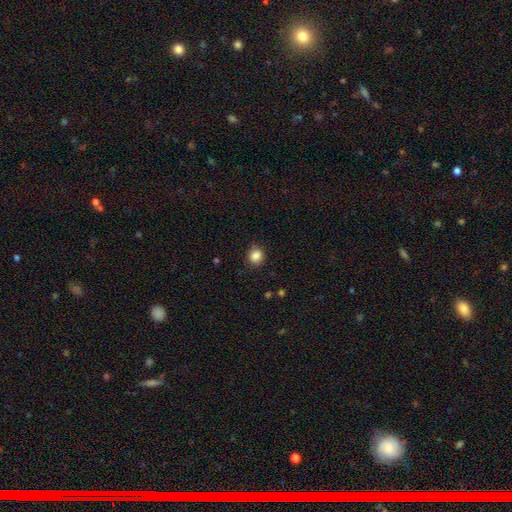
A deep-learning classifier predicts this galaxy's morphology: smooth-or-featured: smooth: 85% | star or artifact: 11% | featured or disk: 5%
  how-rounded: round: 82% | in between: 17% | cigar-shaped: 1%
  merging: none: 80% | minor disturbance: 16% | major disturbance: 3% | merger: 1%